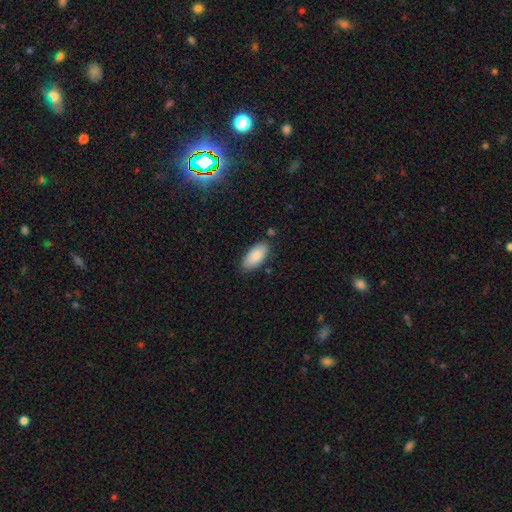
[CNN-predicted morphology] type=smooth (86%); roundness=in between (92%); merging=none (81%).